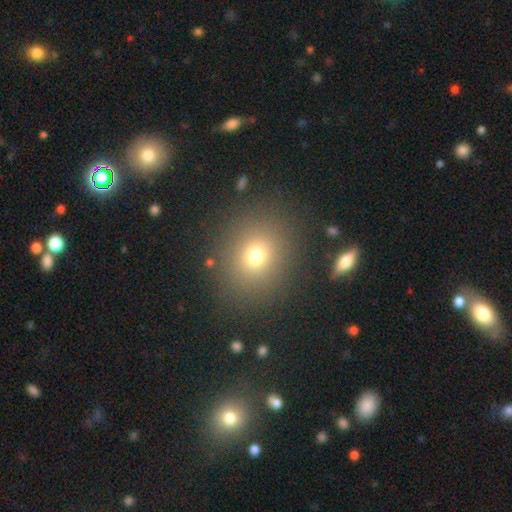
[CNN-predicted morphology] smooth-or-featured: smooth: 72% | star or artifact: 18% | featured or disk: 11%
  how-rounded: round: 72% | in between: 27% | cigar-shaped: 1%
  merging: none: 86% | minor disturbance: 8% | major disturbance: 4% | merger: 2%